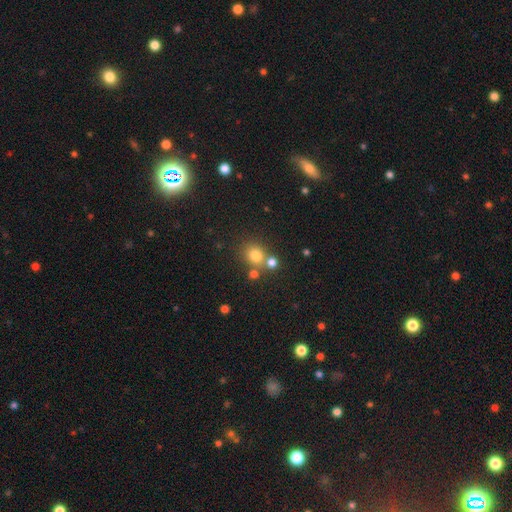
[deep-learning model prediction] smooth_or_featured: smooth (p=0.77) [alt: star or artifact p=0.15]
how_rounded: round (p=0.77) [alt: in between p=0.22]
merging: none (p=0.63) [alt: merger p=0.23]